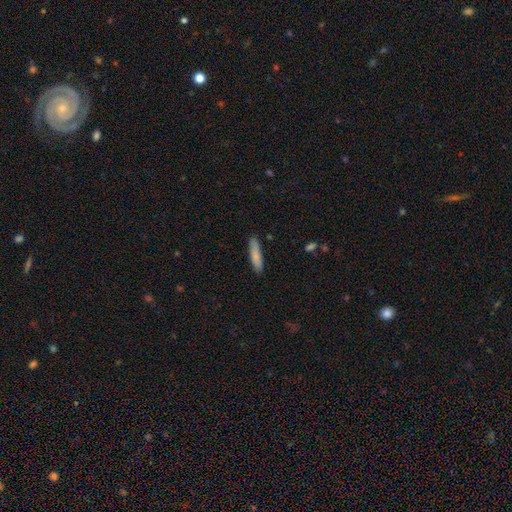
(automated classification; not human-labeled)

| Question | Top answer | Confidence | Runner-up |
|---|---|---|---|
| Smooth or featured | smooth | 80% | featured or disk (14%) |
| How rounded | cigar-shaped | 82% | in between (17%) |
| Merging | none | 85% | minor disturbance (12%) |